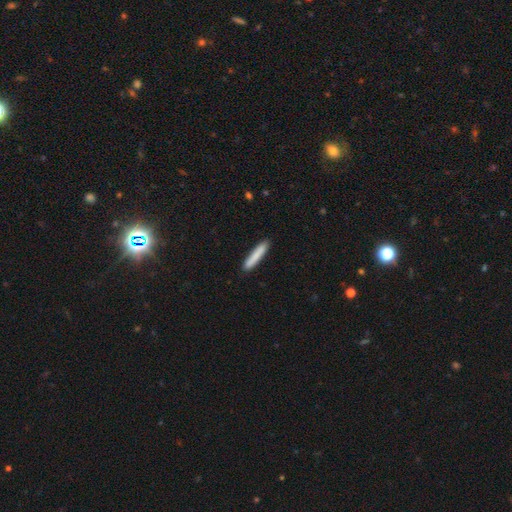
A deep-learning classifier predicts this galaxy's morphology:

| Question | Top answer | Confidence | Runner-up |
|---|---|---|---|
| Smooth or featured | smooth | 83% | featured or disk (11%) |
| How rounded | cigar-shaped | 93% | in between (6%) |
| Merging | none | 89% | minor disturbance (8%) |